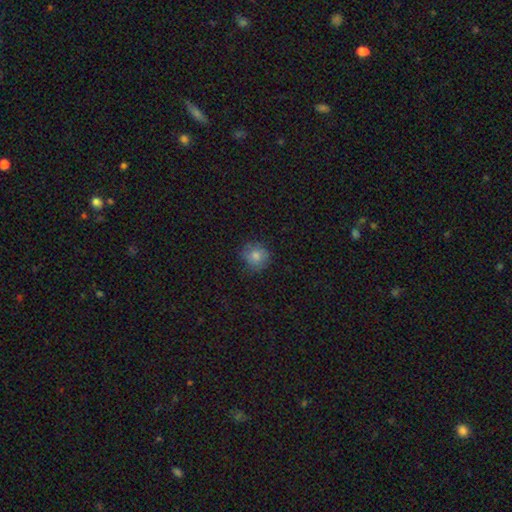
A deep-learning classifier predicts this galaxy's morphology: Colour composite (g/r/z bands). It shows a smooth galaxy with no disk features (77%) that is round (87%). Merging: none (78%).